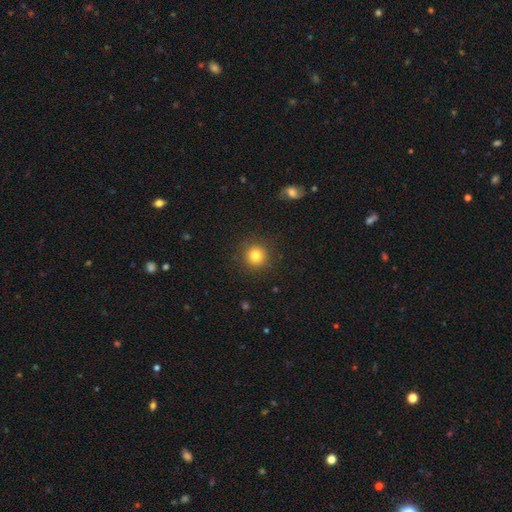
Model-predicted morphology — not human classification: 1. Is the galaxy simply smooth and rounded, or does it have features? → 80% smooth, 12% star or artifact, 7% featured or disk.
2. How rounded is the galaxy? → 95% round, 4% in between, 1% cigar-shaped.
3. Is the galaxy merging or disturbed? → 90% none, 6% minor disturbance, 3% major disturbance, 1% merger.